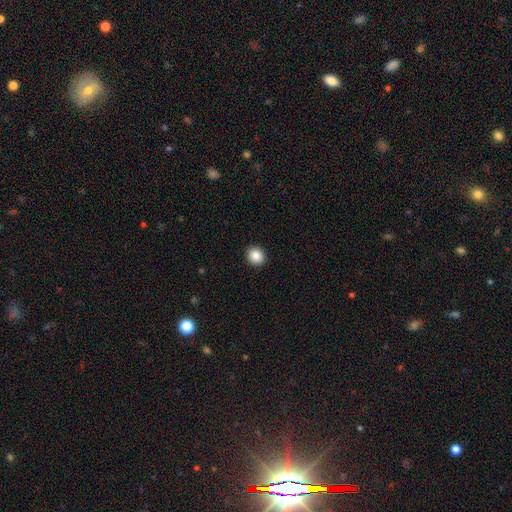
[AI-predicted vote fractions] A smooth galaxy with no disk features (86%) that is round (83%).

Vote fractions:
- Smooth or featured? smooth: 86% / star or artifact: 9% / featured or disk: 5%
- How rounded? round: 83% / in between: 16% / cigar-shaped: 1%
- Merging? none: 93% / minor disturbance: 5% / major disturbance: 1% / merger: 1%